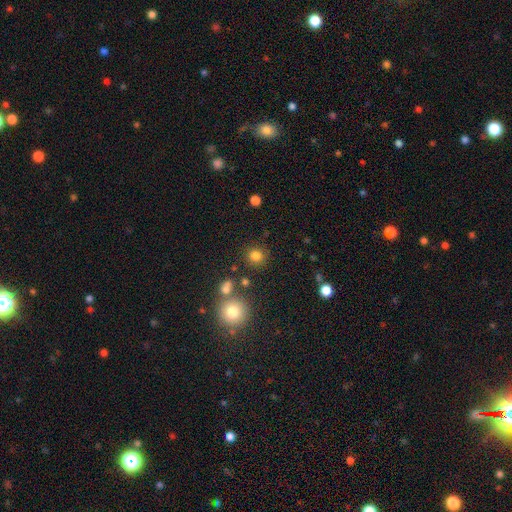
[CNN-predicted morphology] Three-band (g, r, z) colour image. It shows a smooth galaxy with no disk features (81%) that is round (90%). Merging: none (84%).